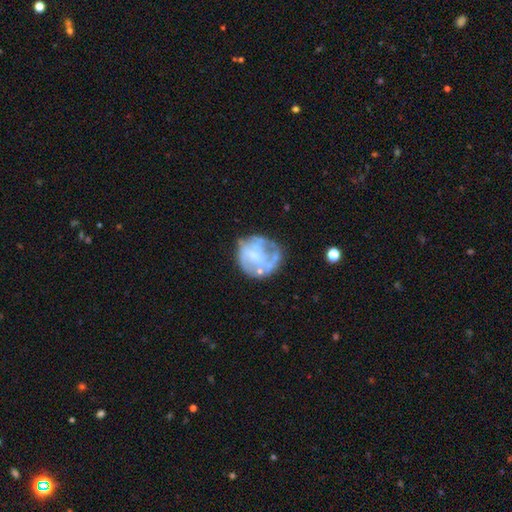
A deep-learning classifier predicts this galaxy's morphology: type=featured or disk (60%); edge-on=no (98%); bar=no (65%); spiral arms=no (66%); bulge=none (54%); merging=none (52%).